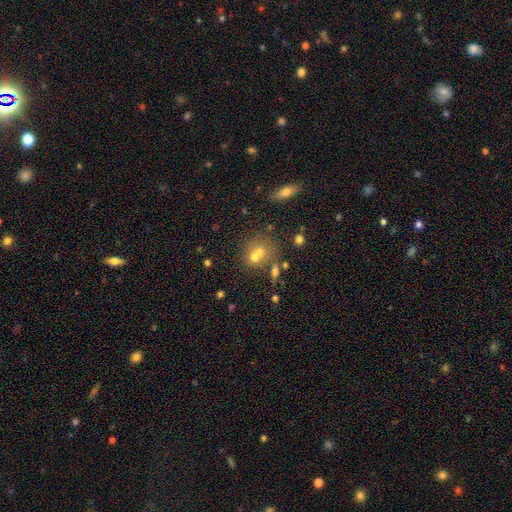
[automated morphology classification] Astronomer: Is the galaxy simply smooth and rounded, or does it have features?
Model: smooth — 57%.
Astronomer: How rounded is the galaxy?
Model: round — 67%.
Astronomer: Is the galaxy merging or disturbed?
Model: merger — 49% (runner-up: none, 37%).